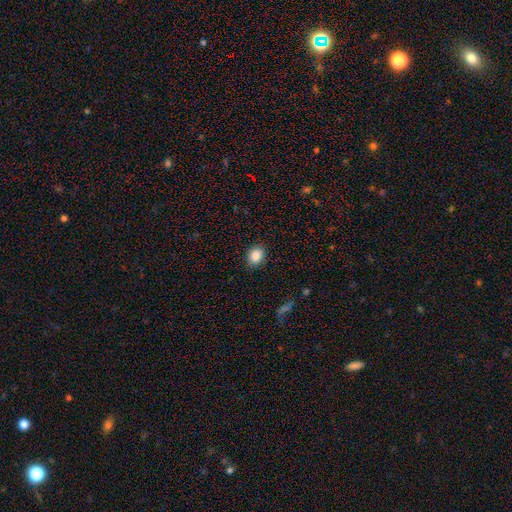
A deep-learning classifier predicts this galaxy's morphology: This is clearly a smooth galaxy (86%). How rounded: possibly in between (54%). Merging: clearly none (88%).